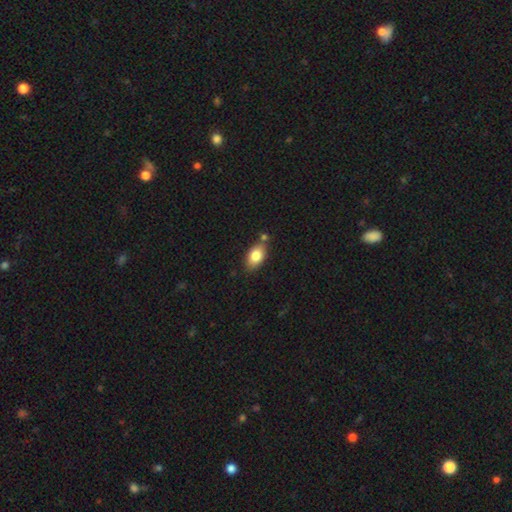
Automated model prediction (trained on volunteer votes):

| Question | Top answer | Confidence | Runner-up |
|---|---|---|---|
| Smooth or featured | smooth | 81% | featured or disk (12%) |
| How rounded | in between | 90% | round (8%) |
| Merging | none | 72% | minor disturbance (15%) |